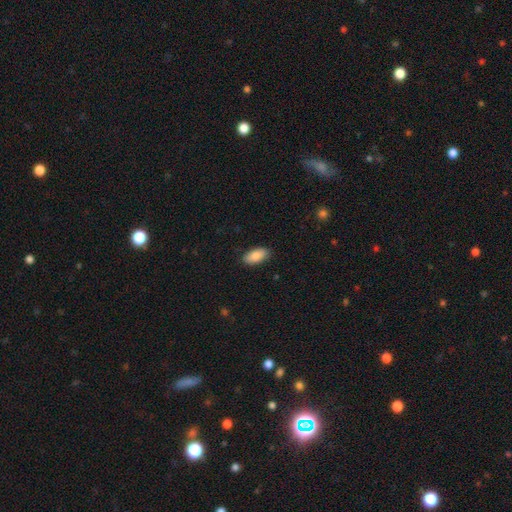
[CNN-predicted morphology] Smooth or featured?
  - smooth: 87% *
  - featured or disk: 7%
  - star or artifact: 6%
How rounded?
  - in between: 93% *
  - cigar-shaped: 5%
  - round: 2%
Merging?
  - none: 88% *
  - minor disturbance: 9%
  - major disturbance: 2%
  - merger: 1%